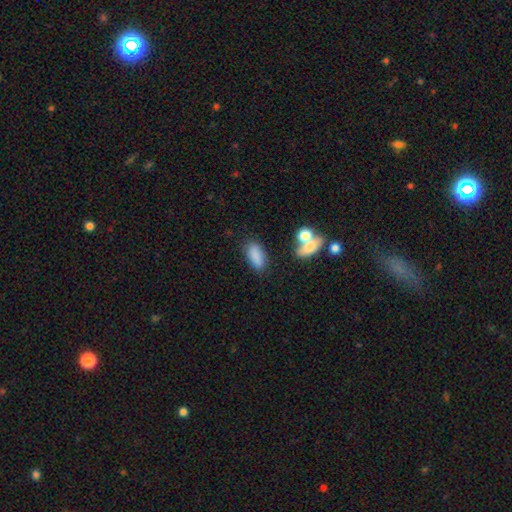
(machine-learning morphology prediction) This is clearly a smooth galaxy (85%). How rounded: clearly in between (84%). Merging: likely none (75%).